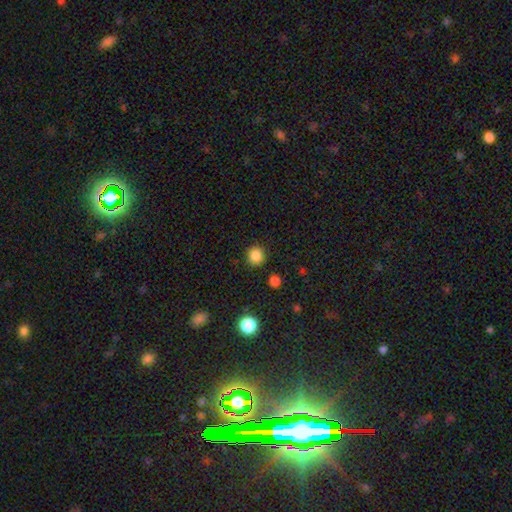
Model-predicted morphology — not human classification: This is clearly a smooth galaxy (85%). How rounded: clearly round (91%). Merging: clearly none (90%).